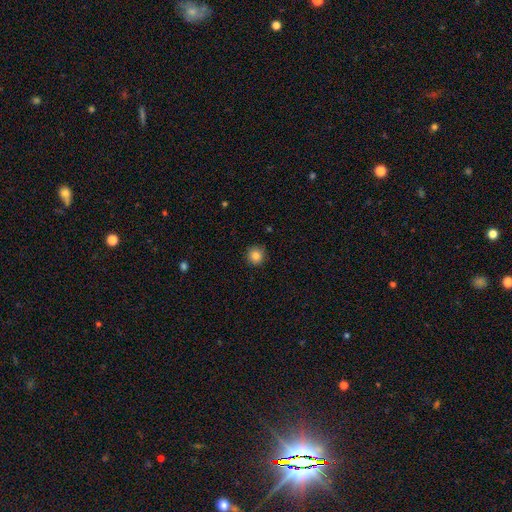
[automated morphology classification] Smooth or featured?
  - smooth: 85% *
  - star or artifact: 10%
  - featured or disk: 5%
How rounded?
  - round: 94% *
  - in between: 5%
  - cigar-shaped: 1%
Merging?
  - none: 89% *
  - minor disturbance: 8%
  - major disturbance: 2%
  - merger: 1%